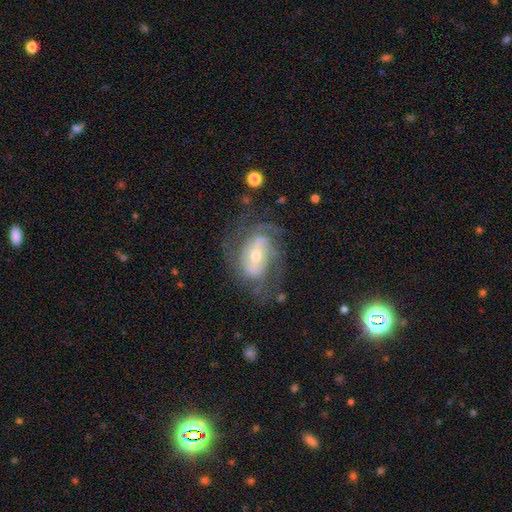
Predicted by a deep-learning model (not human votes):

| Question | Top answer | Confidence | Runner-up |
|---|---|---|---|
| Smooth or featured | featured or disk | 84% | smooth (10%) |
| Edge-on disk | no | 96% | yes (4%) |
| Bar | weak | 42% | no (31%) |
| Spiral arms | yes | 92% | no (8%) |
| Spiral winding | tight | 45% | medium (40%) |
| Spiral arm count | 2 | 32% | can't tell (30%) |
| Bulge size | small | 49% | moderate (46%) |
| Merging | none | 62% | minor disturbance (20%) |